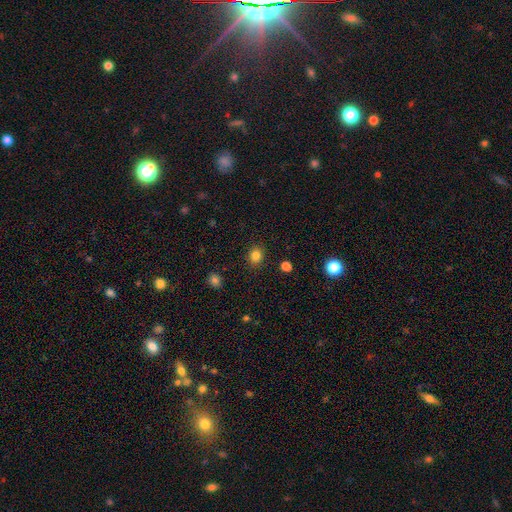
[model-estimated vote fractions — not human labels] smooth-or-featured: smooth: 83% | star or artifact: 12% | featured or disk: 5%
  how-rounded: round: 68% | in between: 31% | cigar-shaped: 1%
  merging: none: 89% | minor disturbance: 7% | major disturbance: 2% | merger: 1%